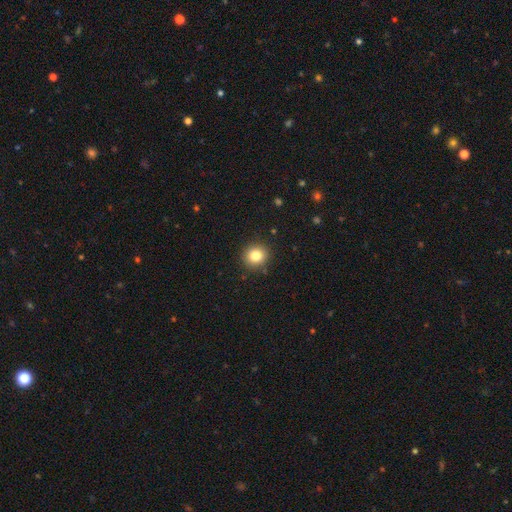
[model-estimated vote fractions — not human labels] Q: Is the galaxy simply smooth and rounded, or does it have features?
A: smooth — 81%.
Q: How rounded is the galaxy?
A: round — 87%.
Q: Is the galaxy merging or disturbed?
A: none — 90%.